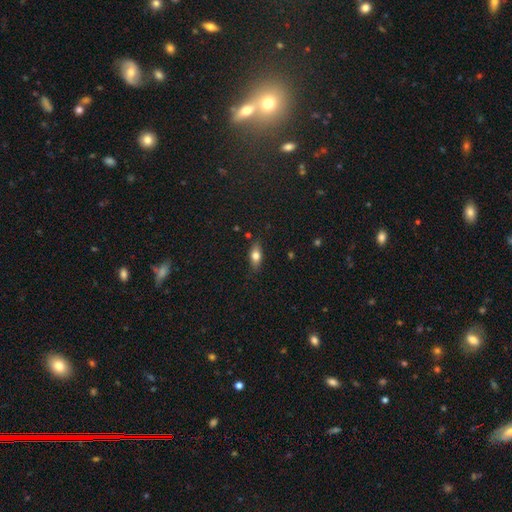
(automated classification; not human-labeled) Morphology: type=smooth (65%); roundness=in between (74%); merging=none (82%).